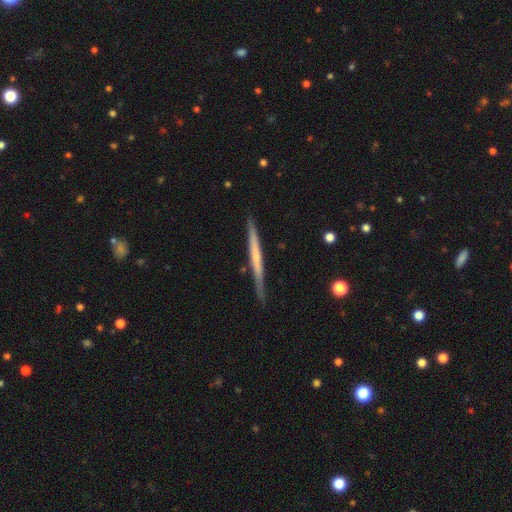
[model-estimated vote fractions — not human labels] Overall: featured or disk (59%; smooth 36%). Edge-on disk: yes (97%). Edge-on bulge: none (70%). Merging: none (86%).